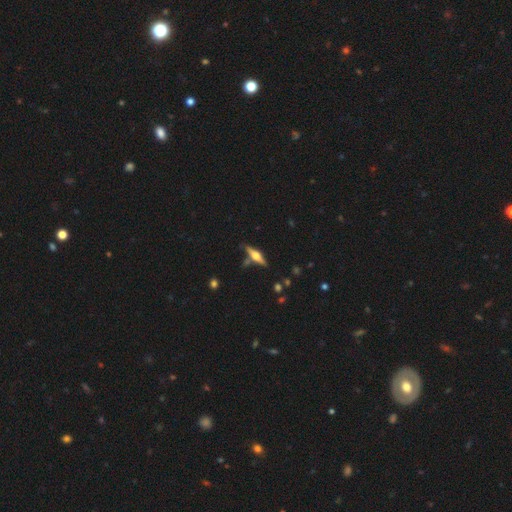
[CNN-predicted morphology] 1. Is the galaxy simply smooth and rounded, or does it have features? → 69% featured or disk, 24% smooth, 7% star or artifact.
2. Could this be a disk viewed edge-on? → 96% yes, 4% no.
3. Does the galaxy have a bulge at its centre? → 93% rounded, 6% boxy, 2% none.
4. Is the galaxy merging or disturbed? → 77% none, 12% minor disturbance, 7% merger, 3% major disturbance.